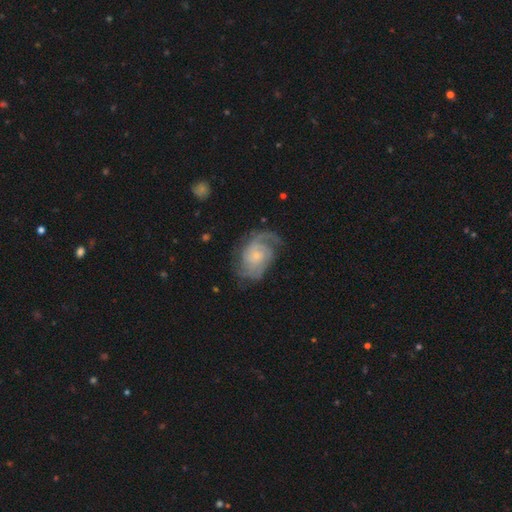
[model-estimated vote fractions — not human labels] A featured or disk galaxy (86%) with no bar (70%), 2 (44%) tight (48%) spiral arms (96%) and a small central bulge (72%). Merging: none (69%).